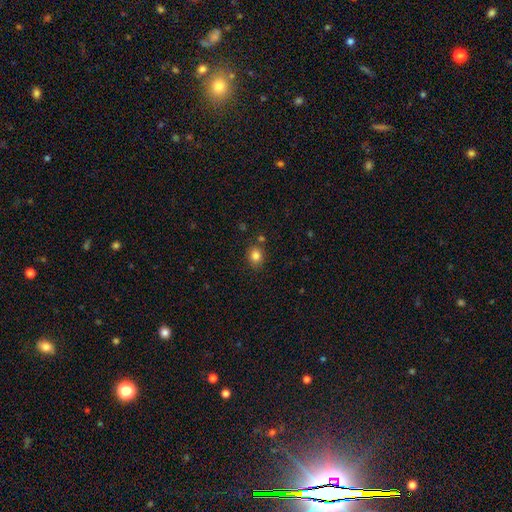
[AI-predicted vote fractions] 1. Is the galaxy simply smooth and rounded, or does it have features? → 83% smooth, 11% star or artifact, 6% featured or disk.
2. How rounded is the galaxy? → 61% round, 38% in between, 1% cigar-shaped.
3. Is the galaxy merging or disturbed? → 80% none, 11% minor disturbance, 6% merger, 3% major disturbance.